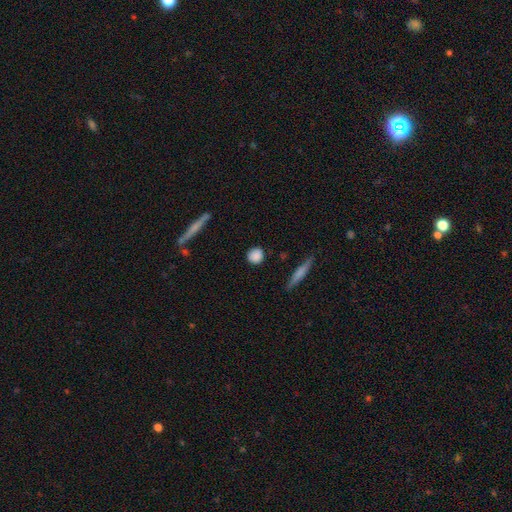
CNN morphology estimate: Overall: smooth (86%). How rounded: round (88%). Merging: none (88%).